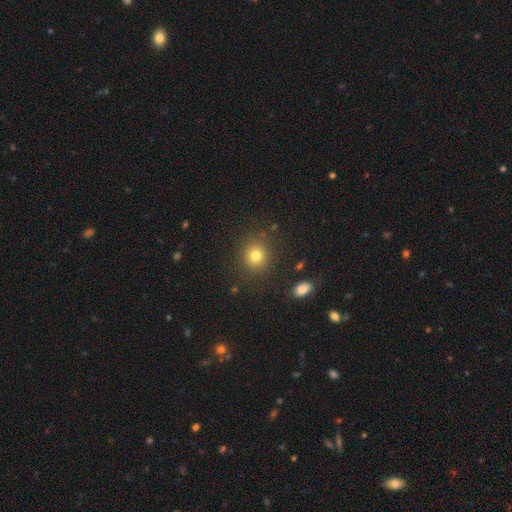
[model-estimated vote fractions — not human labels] Smooth or featured?
  - smooth: 79% *
  - star or artifact: 13%
  - featured or disk: 8%
How rounded?
  - round: 82% *
  - in between: 17%
  - cigar-shaped: 1%
Merging?
  - none: 86% *
  - minor disturbance: 9%
  - major disturbance: 4%
  - merger: 2%